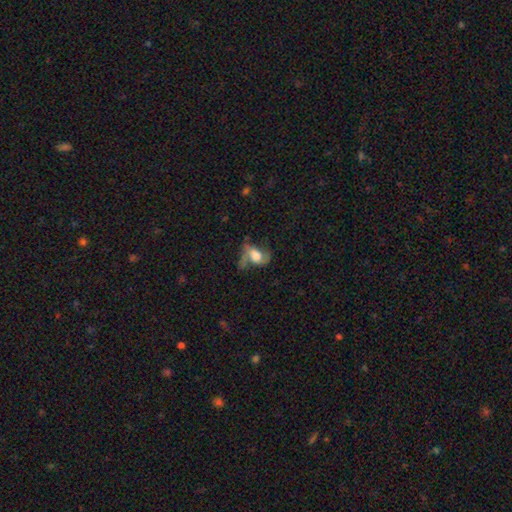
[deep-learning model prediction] Smooth or featured?
  - featured or disk: 58% *
  - smooth: 33%
  - star or artifact: 9%
Edge-on disk?
  - no: 95% *
  - yes: 5%
Bar?
  - no: 61% *
  - weak: 31%
  - strong: 9%
Spiral arms?
  - yes: 75% *
  - no: 25%
Bulge size?
  - large: 47% *
  - moderate: 31%
  - small: 8%
  - none: 7%
  - dominant: 7%
Merging?
  - major disturbance: 37% *
  - none: 35%
  - minor disturbance: 22%
  - merger: 6%